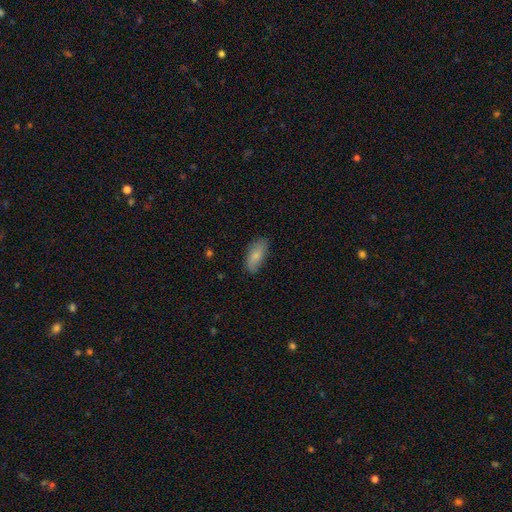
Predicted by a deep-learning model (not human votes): Smooth or featured? Predicted: smooth (p=0.77). How rounded? Predicted: in between (p=0.86). Merging? Predicted: none (p=0.80).